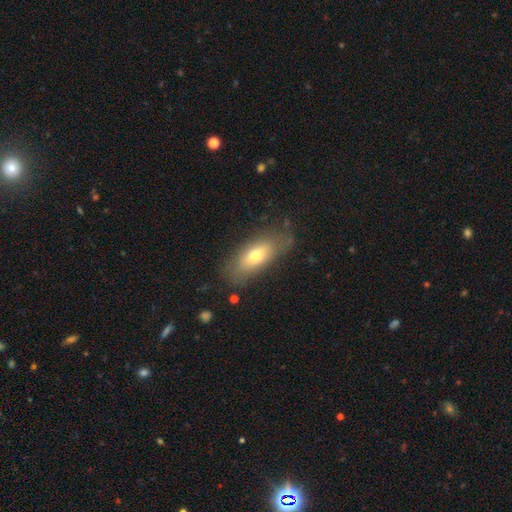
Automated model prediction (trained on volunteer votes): smooth-or-featured: smooth: 65% | featured or disk: 28% | star or artifact: 8%
  how-rounded: in between: 75% | cigar-shaped: 21% | round: 4%
  merging: none: 73% | minor disturbance: 19% | major disturbance: 6% | merger: 2%